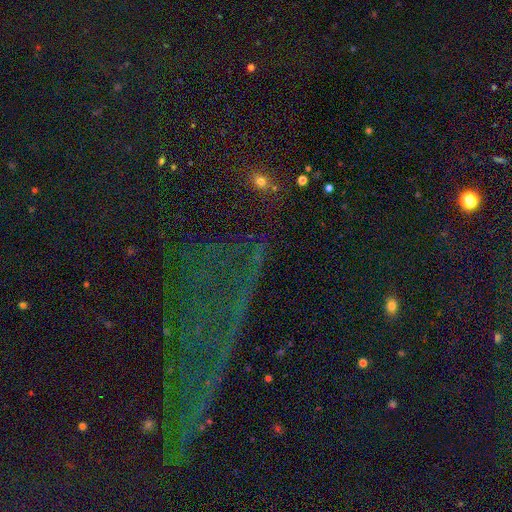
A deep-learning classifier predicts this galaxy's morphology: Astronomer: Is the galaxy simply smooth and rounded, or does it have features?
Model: star or artifact — 63%.